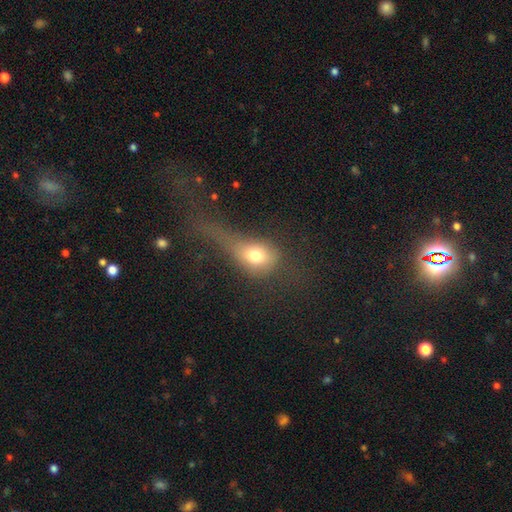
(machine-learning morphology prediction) A smooth galaxy with no disk features (70%) that is in between round and cigar-shaped (59%). Merging: major disturbance (51%).